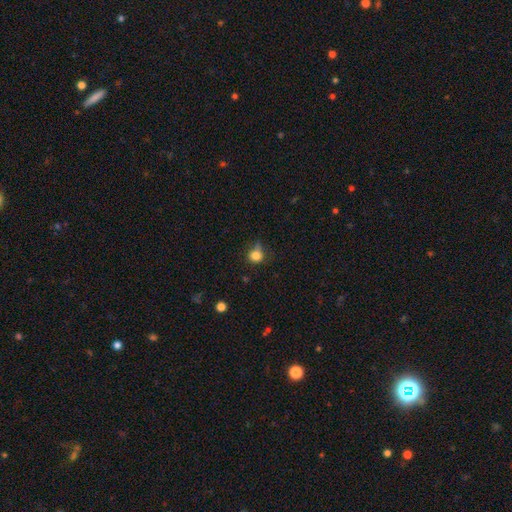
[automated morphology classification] Smooth or featured: smooth — 81% (star or artifact — 12%)
How rounded: round — 83% (in between — 16%)
Merging: none — 55% (minor disturbance — 30%)